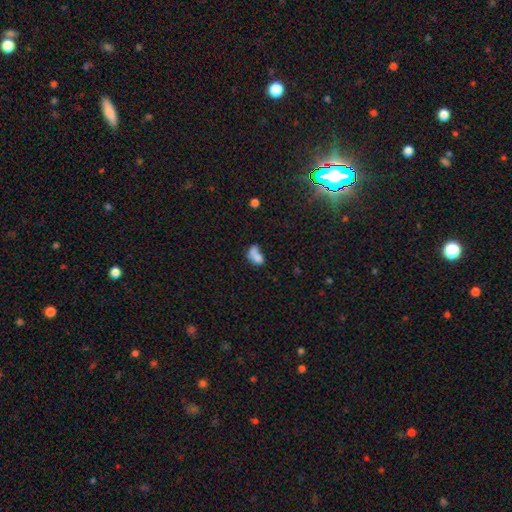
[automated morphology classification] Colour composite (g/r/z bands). It shows a smooth galaxy with no disk features (72%) that is in between round and cigar-shaped (82%). Merging: merger (44%).